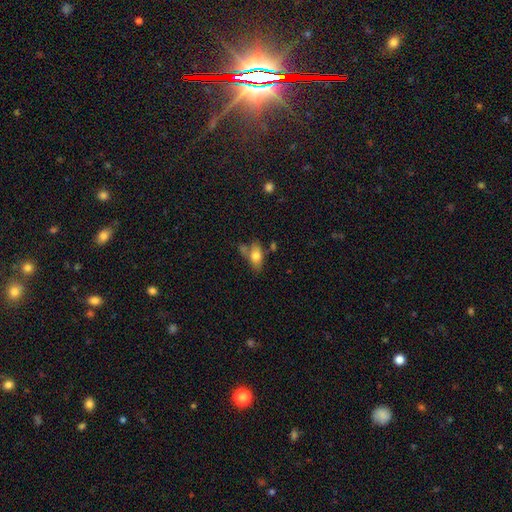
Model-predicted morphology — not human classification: This appears to be a smooth galaxy with no disk features (71%) that is in between round and cigar-shaped (82%). Merging: none (44%).